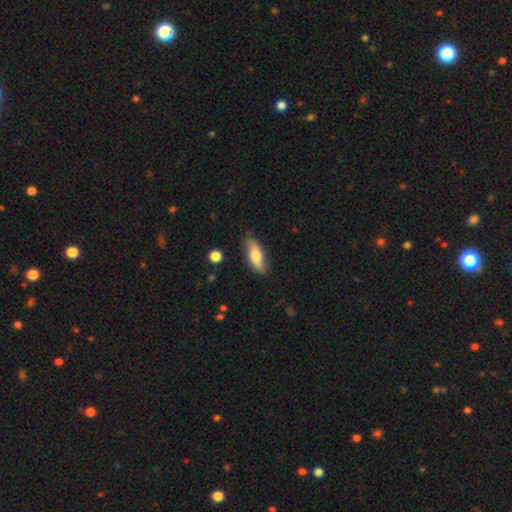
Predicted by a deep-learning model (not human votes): smooth_or_featured: smooth (p=0.62) [alt: featured or disk p=0.32]
how_rounded: in between (p=0.64) [alt: cigar-shaped p=0.33]
merging: none (p=0.79) [alt: minor disturbance p=0.17]